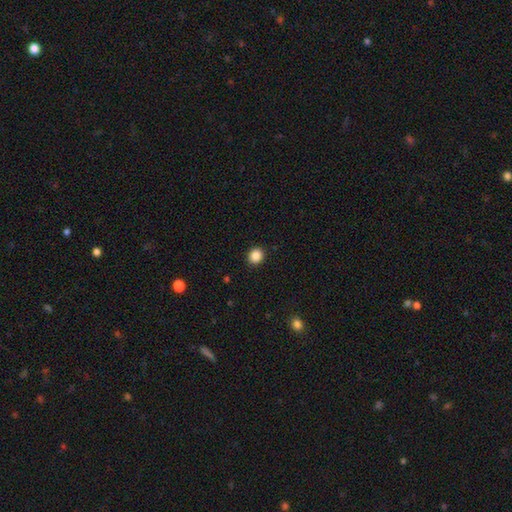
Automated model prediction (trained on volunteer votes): Smooth or featured: smooth — 87% (star or artifact — 10%)
How rounded: round — 81% (in between — 18%)
Merging: none — 92% (minor disturbance — 5%)